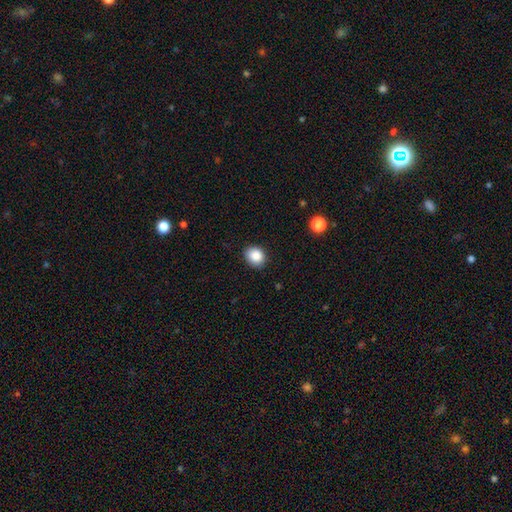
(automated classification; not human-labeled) The model was most divided on "how rounded": round: 55%, in between: 44%, cigar-shaped: 1%. More confident: smooth or featured — smooth (87%); merging — none (85%).